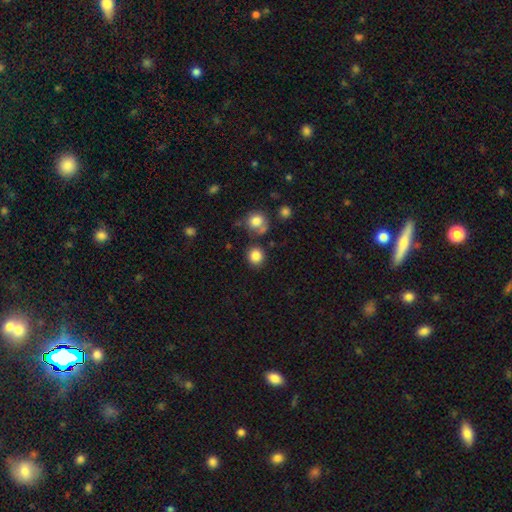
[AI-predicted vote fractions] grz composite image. It shows a smooth galaxy with no disk features (85%) that is round (88%). Merging: none (80%).